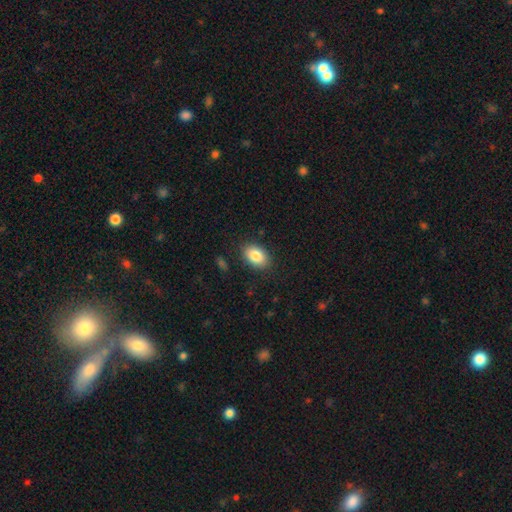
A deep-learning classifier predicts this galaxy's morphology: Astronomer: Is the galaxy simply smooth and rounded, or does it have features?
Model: smooth — 85%.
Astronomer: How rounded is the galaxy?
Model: in between — 85%.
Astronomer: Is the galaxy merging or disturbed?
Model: none — 86%.